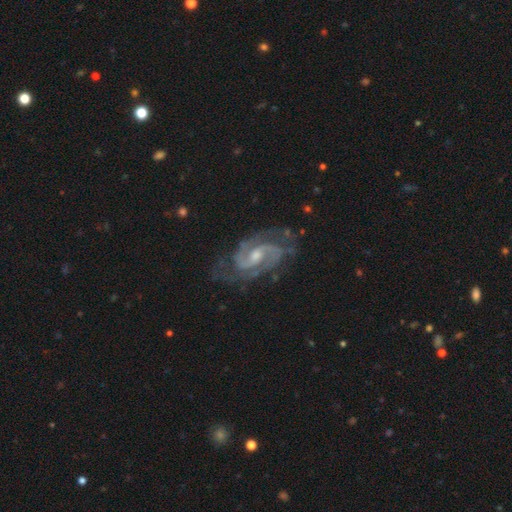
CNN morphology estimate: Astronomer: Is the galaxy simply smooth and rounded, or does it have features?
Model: featured or disk — 93%.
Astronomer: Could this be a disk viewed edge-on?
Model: no — 97%.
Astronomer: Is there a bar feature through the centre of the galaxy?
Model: weak — 53% (runner-up: no, 31%).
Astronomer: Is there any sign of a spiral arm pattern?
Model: yes — 98%.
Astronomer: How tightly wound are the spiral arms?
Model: medium — 54% (runner-up: tight, 36%).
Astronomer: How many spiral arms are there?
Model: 2 — 86%.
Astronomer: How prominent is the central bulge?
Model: moderate — 50% (runner-up: small, 43%).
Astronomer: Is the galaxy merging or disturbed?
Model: none — 76%.